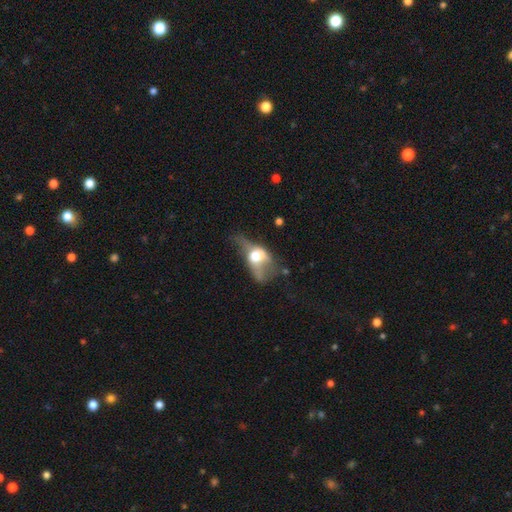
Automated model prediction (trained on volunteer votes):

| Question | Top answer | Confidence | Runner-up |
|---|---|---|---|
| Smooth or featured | featured or disk | 51% | smooth (40%) |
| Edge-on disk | no | 68% | yes (32%) |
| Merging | major disturbance | 47% | none (21%) |